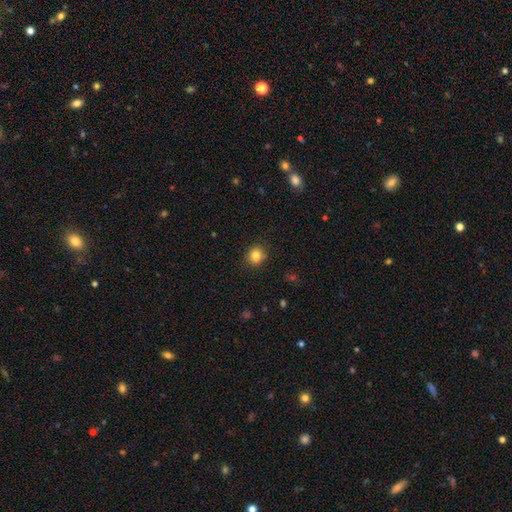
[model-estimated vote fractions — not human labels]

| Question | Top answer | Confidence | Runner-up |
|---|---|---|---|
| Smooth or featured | smooth | 83% | star or artifact (11%) |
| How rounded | round | 73% | in between (26%) |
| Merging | none | 80% | minor disturbance (13%) |